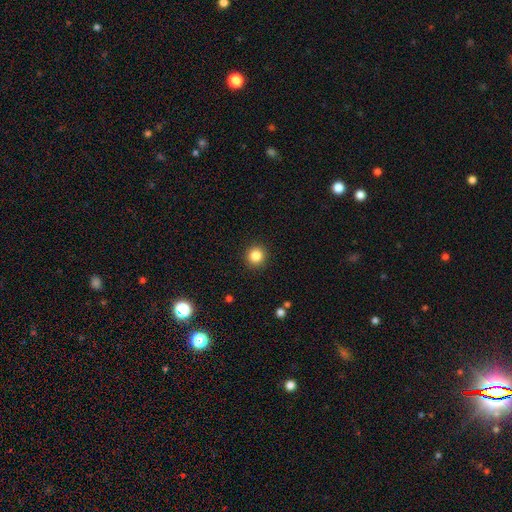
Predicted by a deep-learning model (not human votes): Smooth or featured?
  - smooth: 84% *
  - star or artifact: 11%
  - featured or disk: 5%
How rounded?
  - round: 95% *
  - in between: 5%
  - cigar-shaped: 1%
Merging?
  - none: 92% *
  - minor disturbance: 5%
  - major disturbance: 2%
  - merger: 1%